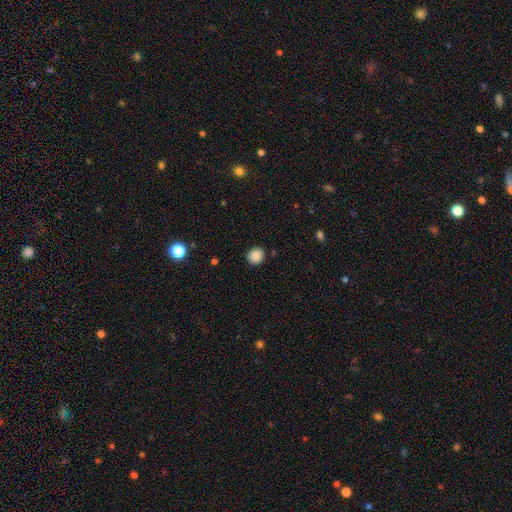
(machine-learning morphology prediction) Q: Smooth or featured?
A: smooth (87%); runner-up: star or artifact (10%)
Q: How rounded?
A: round (75%); runner-up: in between (24%)
Q: Merging?
A: none (84%); runner-up: minor disturbance (11%)